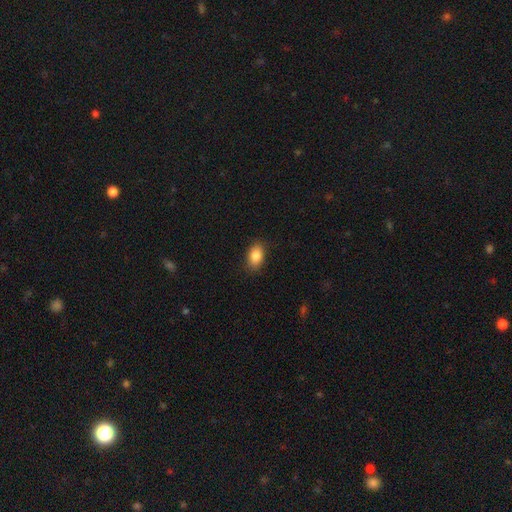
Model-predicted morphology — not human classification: Smooth or featured? Predicted: smooth (p=0.86). How rounded? Predicted: in between (p=0.88). Merging? Predicted: none (p=0.88).